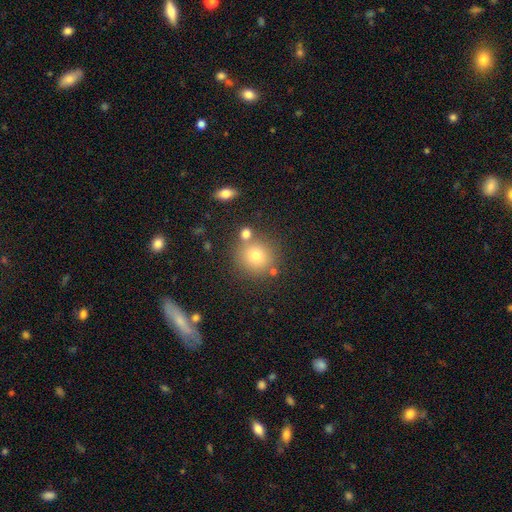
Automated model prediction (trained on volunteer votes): This is likely a smooth galaxy (73%). How rounded: clearly round (92%). Merging: likely none (74%).